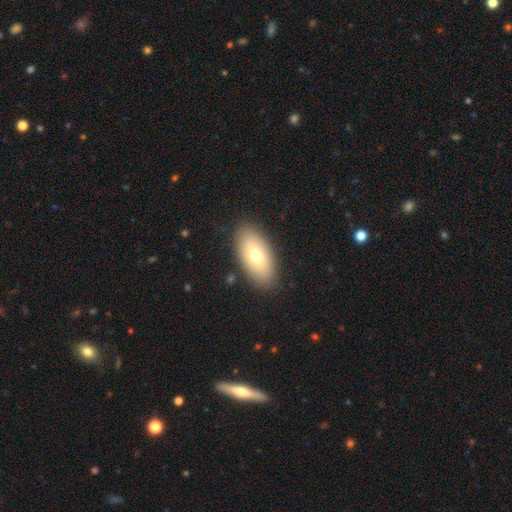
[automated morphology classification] smooth-or-featured: smooth: 72% | featured or disk: 21% | star or artifact: 7%
  how-rounded: in between: 92% | cigar-shaped: 5% | round: 3%
  merging: none: 87% | minor disturbance: 9% | major disturbance: 3% | merger: 1%